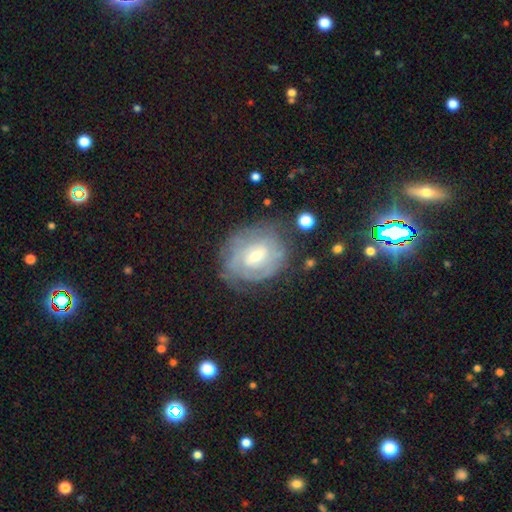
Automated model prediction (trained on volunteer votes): Smooth or featured: featured or disk — 74% (smooth — 19%)
Edge-on disk: no — 96% (yes — 4%)
Bar: weak — 50% (no — 37%)
Spiral arms: yes — 81% (no — 19%)
Spiral winding: tight — 69% (medium — 24%)
Spiral arm count: can't tell — 53% (2 — 23%)
Bulge size: moderate — 48% (small — 47%)
Merging: none — 68% (minor disturbance — 21%)